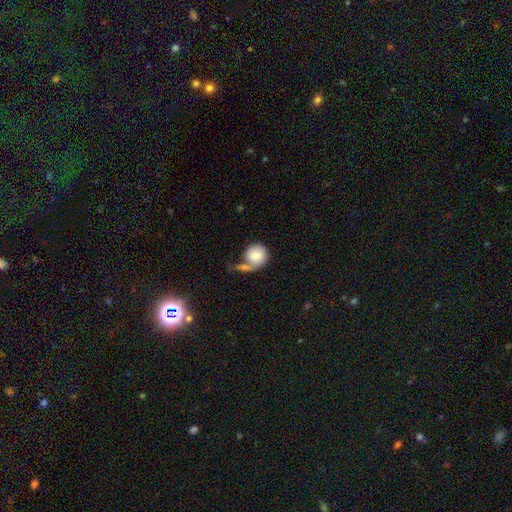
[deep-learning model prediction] smooth_or_featured: smooth (p=0.76) [alt: featured or disk p=0.18]
how_rounded: round (p=0.88) [alt: in between p=0.11]
merging: none (p=0.35) [alt: merger p=0.29]